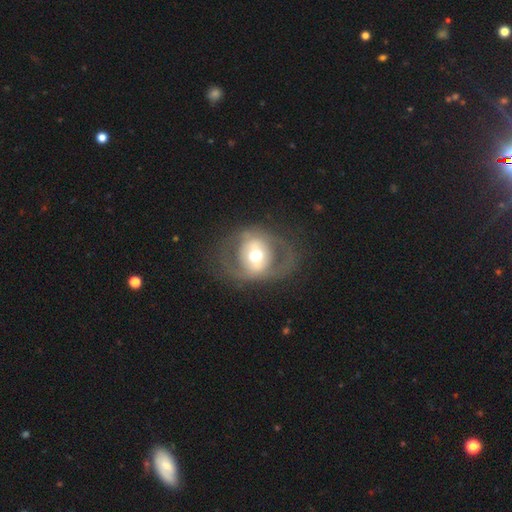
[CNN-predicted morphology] type=featured or disk (59%); edge-on=no (94%); bar=no (48%); spiral arms=no (70%); bulge=moderate (64%); merging=none (69%).